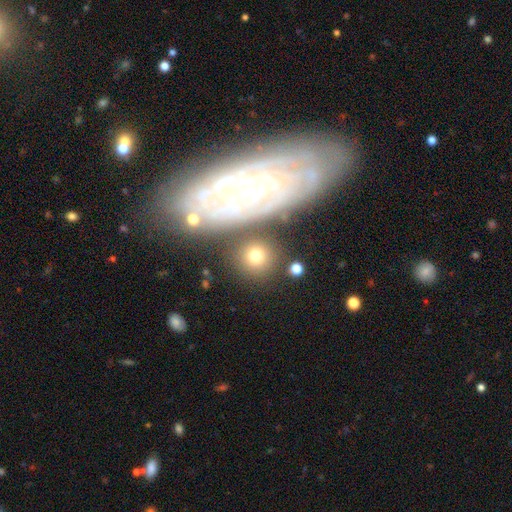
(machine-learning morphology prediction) A smooth galaxy with no disk features (73%) that is round (90%). Merging: none (80%).